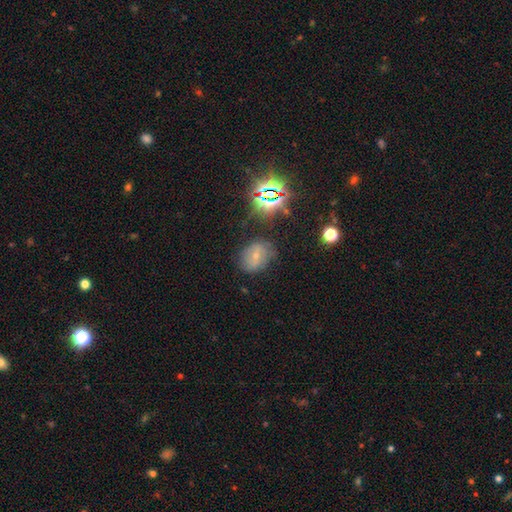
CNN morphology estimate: Smooth or featured?
  - smooth: 42% *
  - featured or disk: 33%
  - star or artifact: 25%
Merging?
  - none: 70% *
  - minor disturbance: 20%
  - major disturbance: 8%
  - merger: 3%